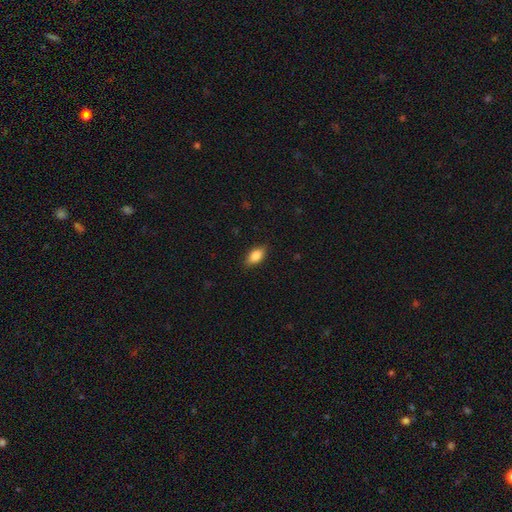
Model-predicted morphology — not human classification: The model was most divided on "merging": none: 85%, minor disturbance: 12%, major disturbance: 2%, merger: 1%. More confident: how rounded — in between (89%); smooth or featured — smooth (85%).